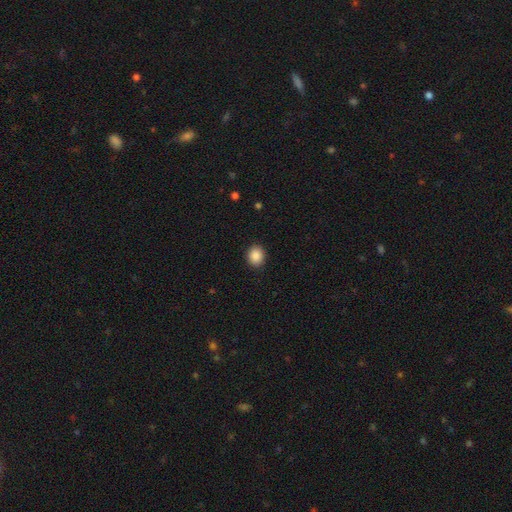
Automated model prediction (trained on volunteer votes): This appears to be a smooth galaxy with no disk features (88%) that is round (59%). Merging: none (90%).